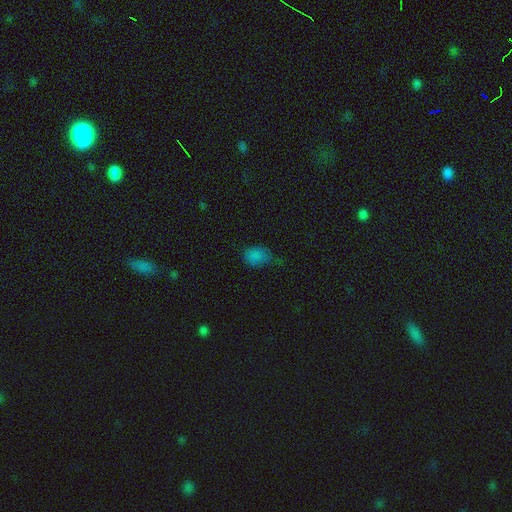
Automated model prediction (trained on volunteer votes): Smooth or featured: smooth — 78% (star or artifact — 16%)
How rounded: in between — 69% (round — 29%)
Merging: none — 44% (minor disturbance — 36%)